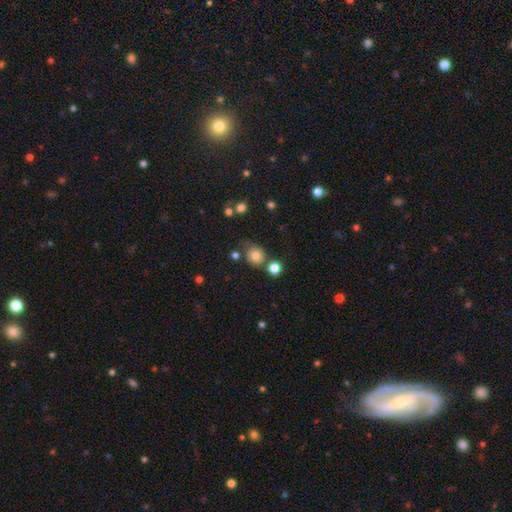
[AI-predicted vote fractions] smooth 79%, star or artifact 12%, featured or disk 10%. Down the decision tree: how rounded — round (79%); merging — none (67%).